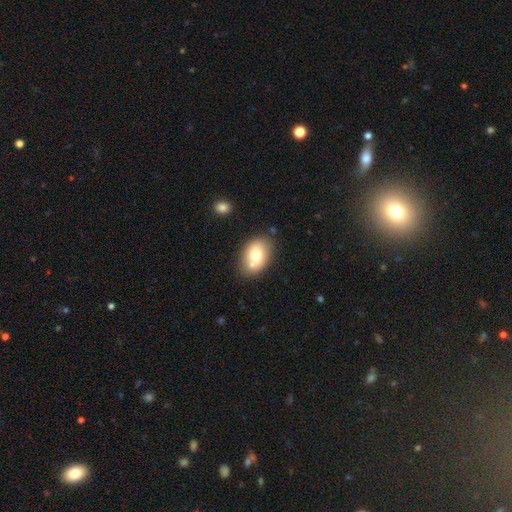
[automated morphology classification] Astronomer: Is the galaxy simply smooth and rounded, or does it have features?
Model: smooth — 72%.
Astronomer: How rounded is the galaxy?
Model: in between — 85%.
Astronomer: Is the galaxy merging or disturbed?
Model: none — 69%.